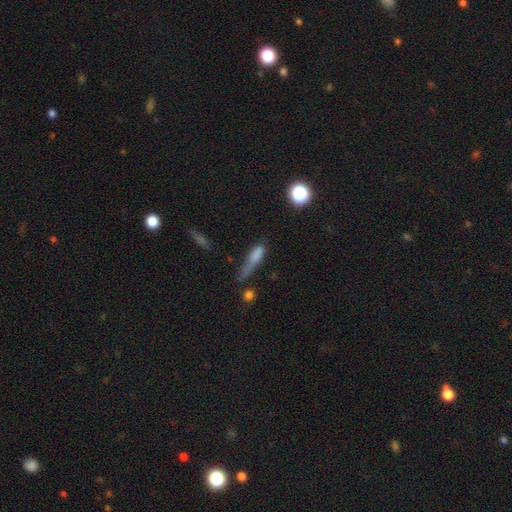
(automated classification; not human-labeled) A smooth galaxy with no disk features (73%) that is cigar-shaped (59%). Merging: minor disturbance (33%).